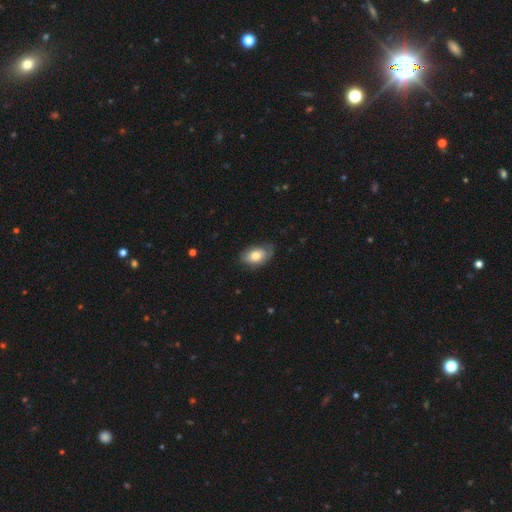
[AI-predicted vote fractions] Overall: smooth (74%). How rounded: in between (92%). Merging: none (70%).